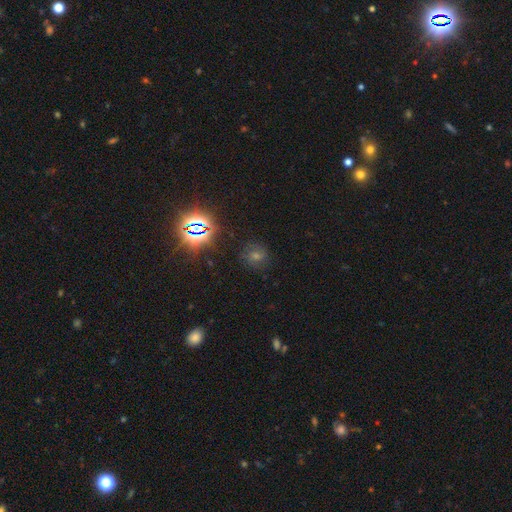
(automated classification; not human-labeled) This appears to be a star or artifact, not a galaxy (48%).